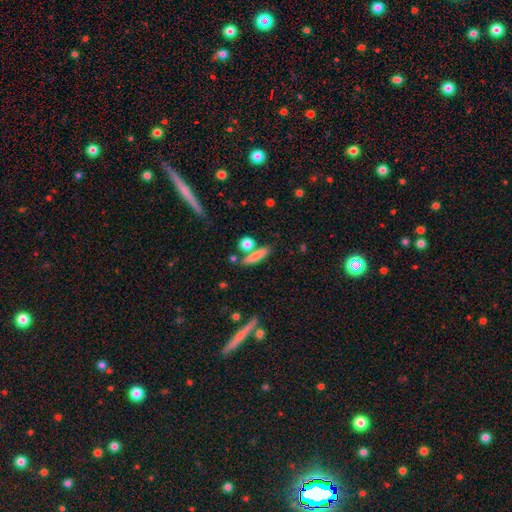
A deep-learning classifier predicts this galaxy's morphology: Smooth or featured? Predicted: smooth (p=0.80). How rounded? Predicted: cigar-shaped (p=0.73). Merging? Predicted: none (p=0.73).